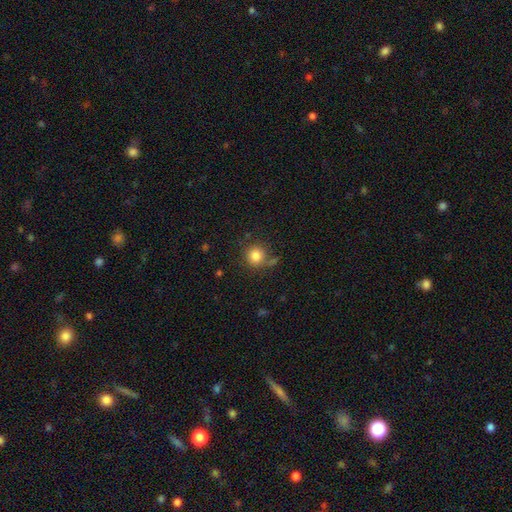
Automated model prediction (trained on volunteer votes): Smooth or featured? Predicted: smooth (p=0.83). How rounded? Predicted: round (p=0.91). Merging? Predicted: none (p=0.72).